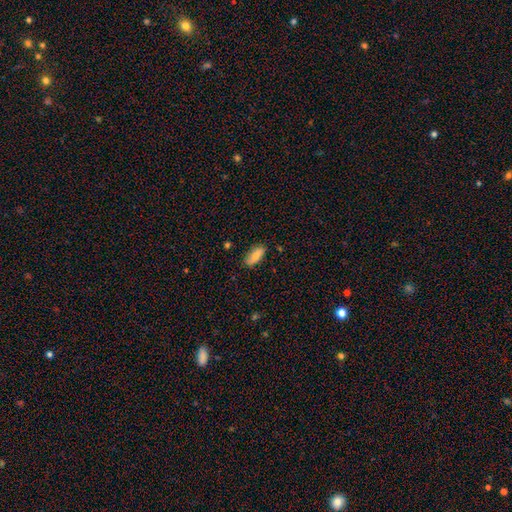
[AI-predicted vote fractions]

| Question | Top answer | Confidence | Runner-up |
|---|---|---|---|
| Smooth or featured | smooth | 78% | featured or disk (15%) |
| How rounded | in between | 81% | cigar-shaped (17%) |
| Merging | none | 81% | minor disturbance (15%) |